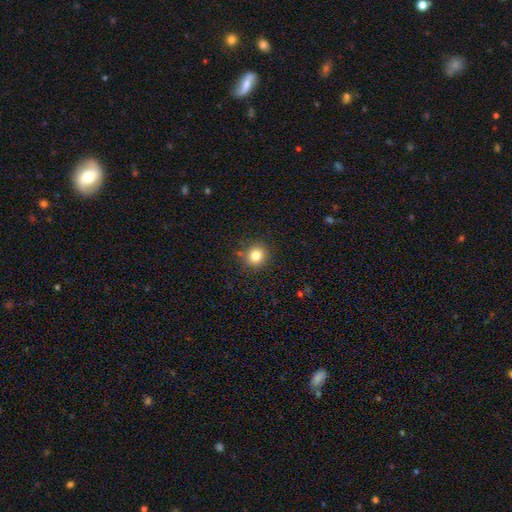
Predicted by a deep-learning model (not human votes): A smooth galaxy with no disk features (82%) that is round (88%).

Vote fractions:
- Smooth or featured? smooth: 82% / star or artifact: 12% / featured or disk: 6%
- How rounded? round: 88% / in between: 11% / cigar-shaped: 1%
- Merging? none: 87% / minor disturbance: 9% / major disturbance: 3% / merger: 2%